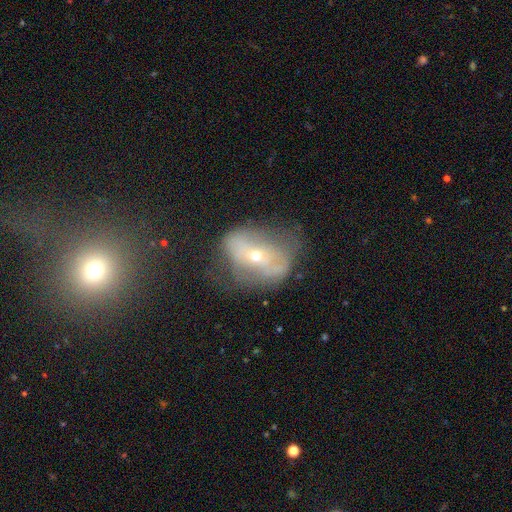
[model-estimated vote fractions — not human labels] A featured or disk galaxy (62%) with no bar (53%), no spiral arms (61%) and a small central bulge (66%).

Vote fractions:
- Smooth or featured? featured or disk: 62% / smooth: 26% / star or artifact: 12%
- Edge-on disk? no: 90% / yes: 10%
- Bar? no: 53% / strong: 26% / weak: 21%
- Spiral arms? no: 61% / yes: 39%
- Bulge size? small: 66% / moderate: 30% / large: 2% / dominant: 1% / none: 1%
- Merging? none: 40% / major disturbance: 29% / minor disturbance: 27% / merger: 4%